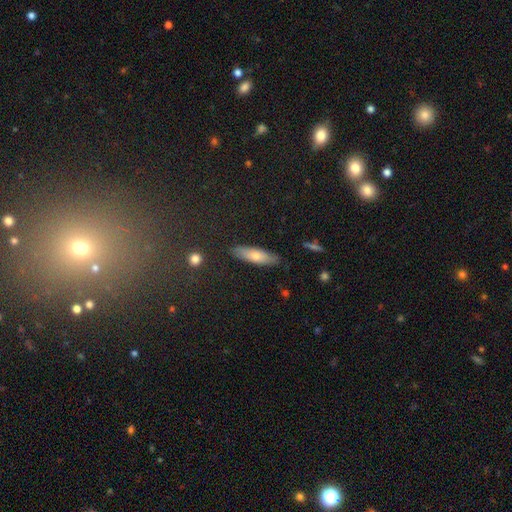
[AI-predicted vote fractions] smooth-or-featured: smooth: 67% | featured or disk: 26% | star or artifact: 7%
  how-rounded: cigar-shaped: 54% | in between: 44% | round: 2%
  merging: none: 85% | minor disturbance: 12% | major disturbance: 2% | merger: 1%